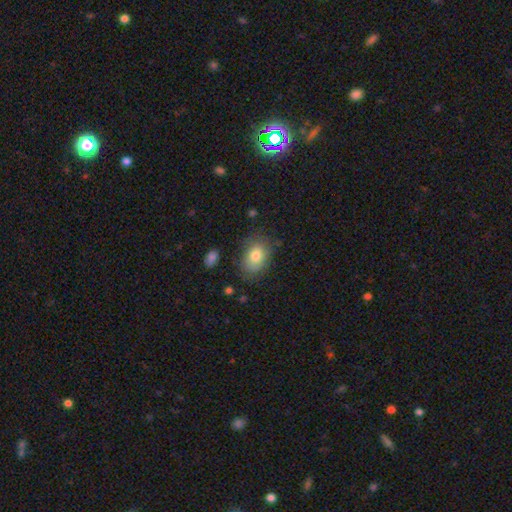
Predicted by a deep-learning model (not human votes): Overall: smooth (77%). How rounded: in between (81%). Merging: none (73%).